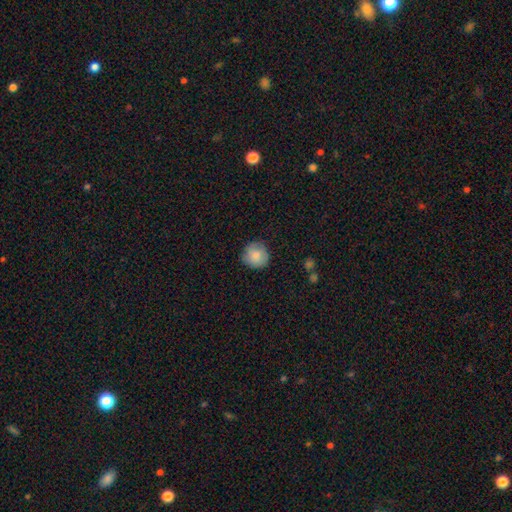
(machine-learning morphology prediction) The model was most divided on "merging": none: 83%, minor disturbance: 14%, major disturbance: 3%, merger: 1%. More confident: how rounded — round (92%); smooth or featured — smooth (84%).